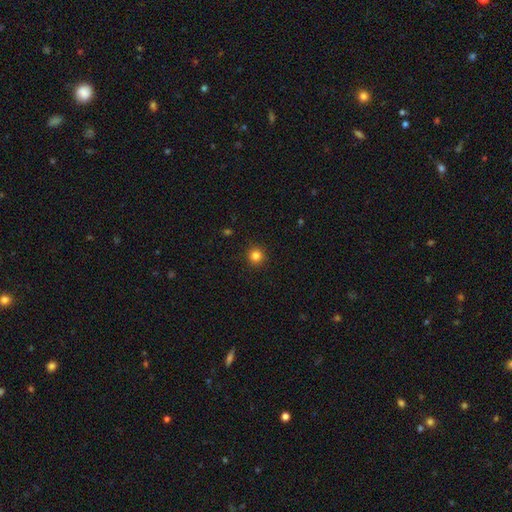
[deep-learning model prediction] Overall: smooth (83%). How rounded: round (95%). Merging: none (92%).